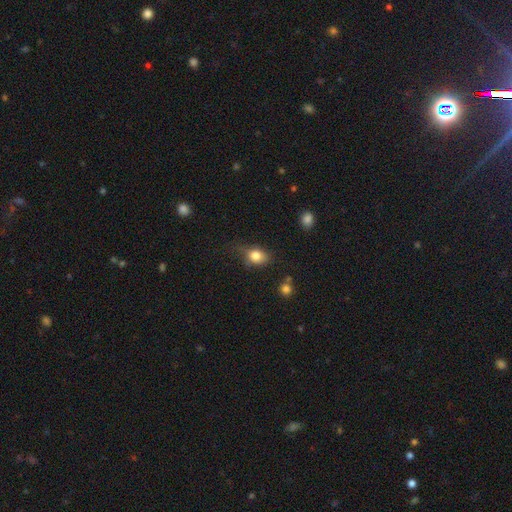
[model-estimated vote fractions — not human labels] smooth 81%, star or artifact 10%, featured or disk 9%. Down the decision tree: how rounded — in between (61%); merging — none (53%).